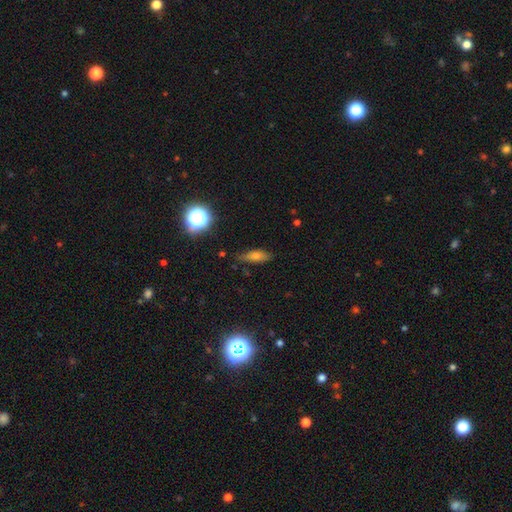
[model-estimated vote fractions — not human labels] Q: Smooth or featured?
A: smooth (62%); runner-up: featured or disk (22%)
Q: How rounded?
A: in between (58%); runner-up: cigar-shaped (35%)
Q: Merging?
A: none (73%); runner-up: minor disturbance (20%)